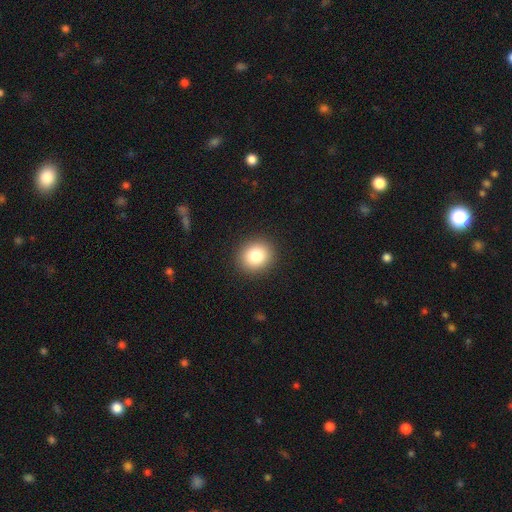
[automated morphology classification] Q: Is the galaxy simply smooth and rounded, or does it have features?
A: smooth — 83%.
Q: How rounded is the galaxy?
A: round — 82%.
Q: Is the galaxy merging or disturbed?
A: none — 92%.